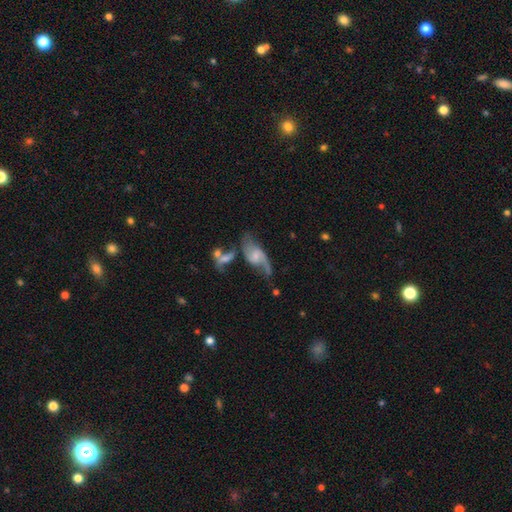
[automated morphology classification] Smooth or featured: featured or disk — 78% (smooth — 16%)
Edge-on disk: no — 95% (yes — 5%)
Bar: no — 51% (weak — 40%)
Spiral arms: yes — 92% (no — 8%)
Spiral winding: loose — 70% (medium — 24%)
Spiral arm count: 2 — 82% (1 — 9%)
Bulge size: small — 51% (moderate — 29%)
Merging: none — 40% (merger — 21%)